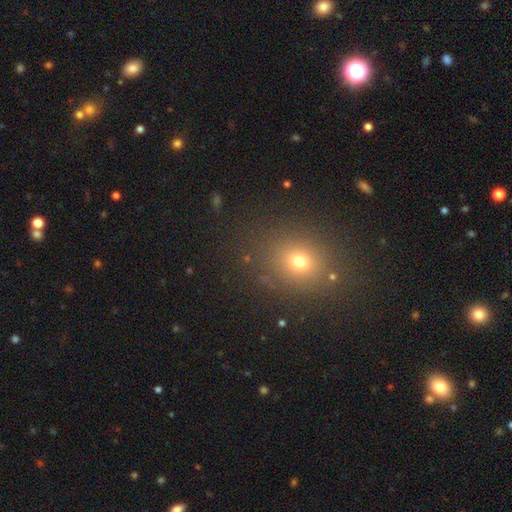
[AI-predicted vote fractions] Smooth or featured: smooth — 59% (star or artifact — 33%)
How rounded: round — 69% (in between — 30%)
Merging: none — 88% (minor disturbance — 7%)